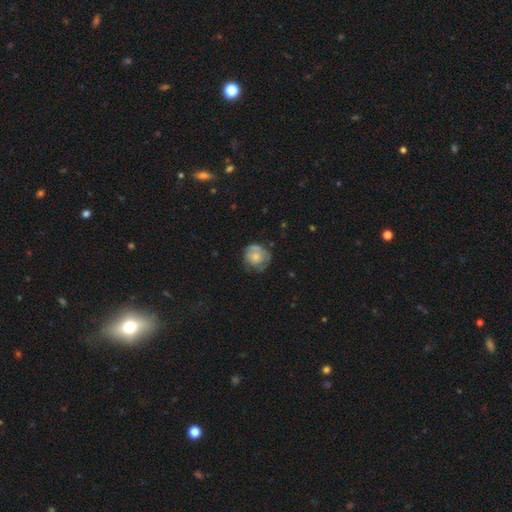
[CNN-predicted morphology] Smooth or featured? smooth (52%)
How rounded? round (84%)
Merging? none (59%)